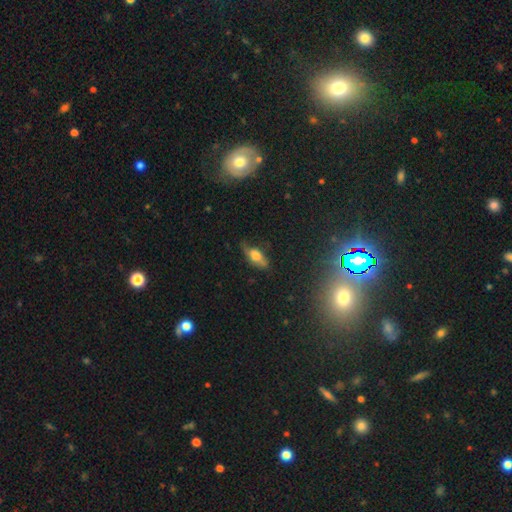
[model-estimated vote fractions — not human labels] Q: Smooth or featured?
A: smooth (55%); runner-up: featured or disk (36%)
Q: How rounded?
A: in between (74%); runner-up: cigar-shaped (22%)
Q: Merging?
A: none (55%); runner-up: minor disturbance (30%)